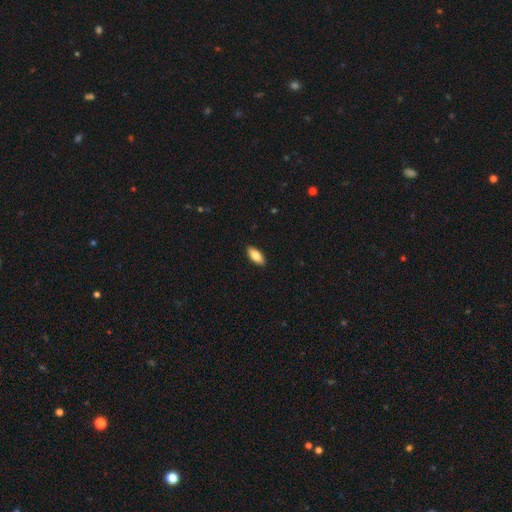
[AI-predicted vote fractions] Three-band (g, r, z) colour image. It shows a smooth galaxy with no disk features (83%) that is in between round and cigar-shaped (85%). Merging: none (90%).